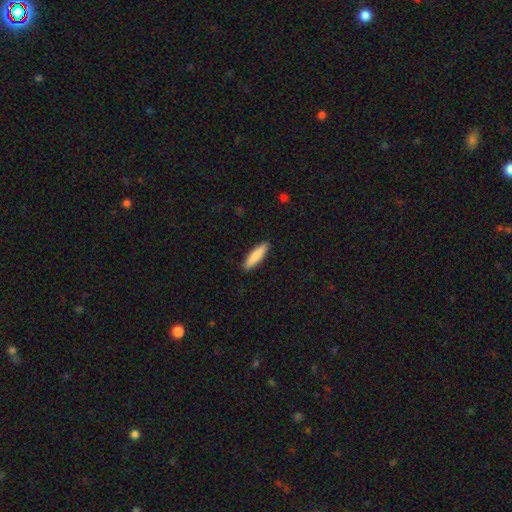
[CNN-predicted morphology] This appears to be a smooth galaxy with no disk features (84%) that is cigar-shaped (77%). Merging: none (91%).